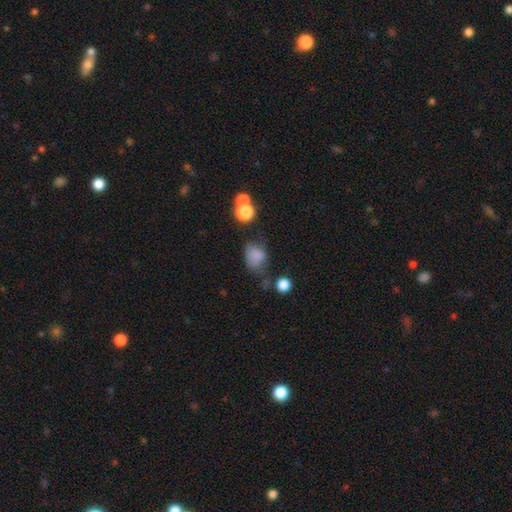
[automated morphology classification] A smooth galaxy with no disk features (77%) that is in between round and cigar-shaped (68%).

Vote fractions:
- Smooth or featured? smooth: 77% / star or artifact: 12% / featured or disk: 11%
- How rounded? in between: 68% / round: 31% / cigar-shaped: 1%
- Merging? none: 37% / minor disturbance: 33% / major disturbance: 21% / merger: 9%